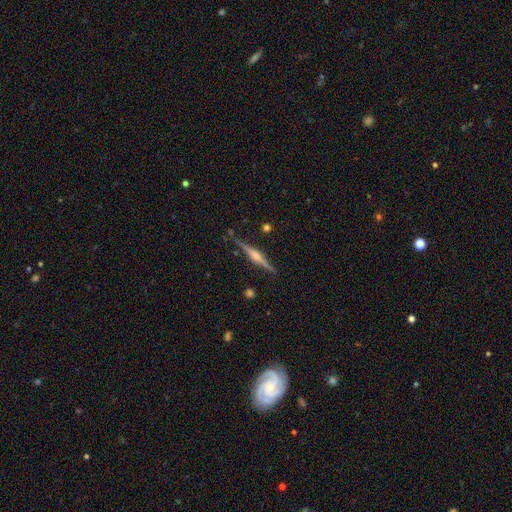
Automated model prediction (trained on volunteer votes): This appears to be a featured or disk galaxy (82%) viewed edge-on (98%) with a rounded central bulge (87%). Merging: none (88%).